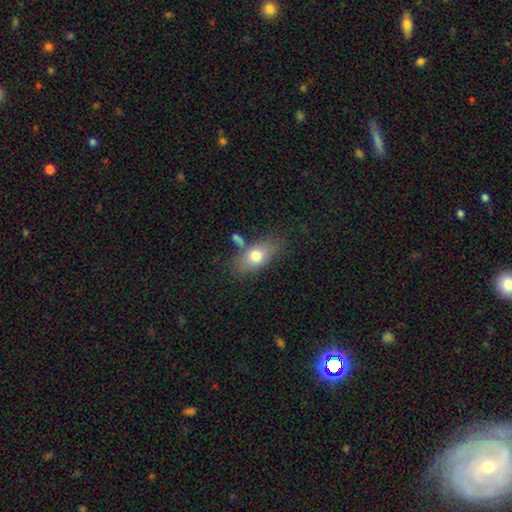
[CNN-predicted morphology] smooth-or-featured: smooth: 73% | featured or disk: 19% | star or artifact: 8%
  how-rounded: in between: 82% | round: 12% | cigar-shaped: 6%
  merging: none: 62% | minor disturbance: 19% | merger: 12% | major disturbance: 8%